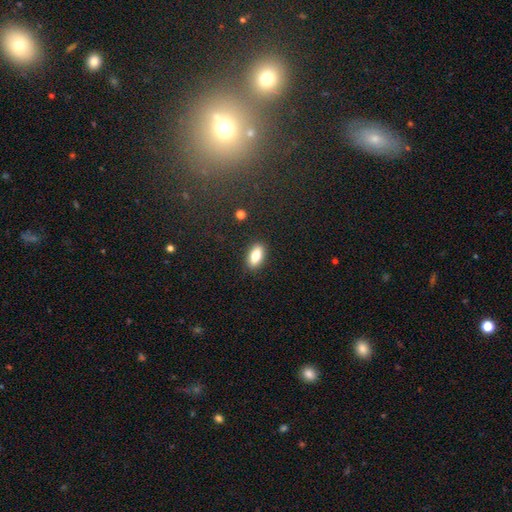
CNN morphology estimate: A smooth galaxy with no disk features (79%) that is in between round and cigar-shaped (87%).

Vote fractions:
- Smooth or featured? smooth: 79% / featured or disk: 13% / star or artifact: 8%
- How rounded? in between: 87% / cigar-shaped: 9% / round: 4%
- Merging? none: 89% / minor disturbance: 8% / major disturbance: 2% / merger: 1%